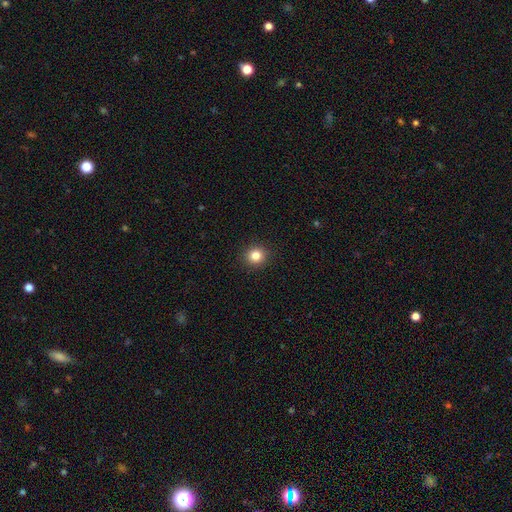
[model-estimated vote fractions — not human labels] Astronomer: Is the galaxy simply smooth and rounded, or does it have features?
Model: smooth — 83%.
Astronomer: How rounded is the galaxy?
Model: round — 90%.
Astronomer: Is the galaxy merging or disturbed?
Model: none — 93%.